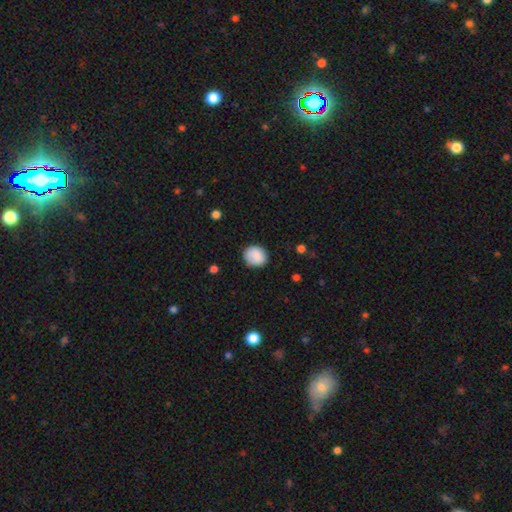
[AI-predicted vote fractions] This is clearly a smooth galaxy (87%). How rounded: likely round (80%). Merging: clearly none (84%).